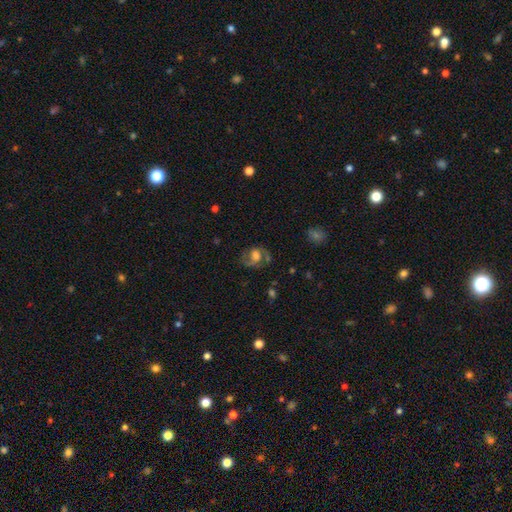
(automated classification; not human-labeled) A featured or disk galaxy (60%) with no bar (57%), spiral arms (78%) and a large central bulge (41%). Merging: none (55%).